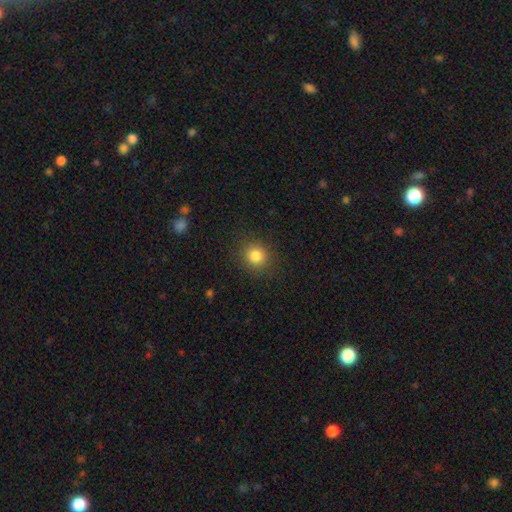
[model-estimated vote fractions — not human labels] Morphology: type=smooth (83%); roundness=round (86%); merging=none (89%).